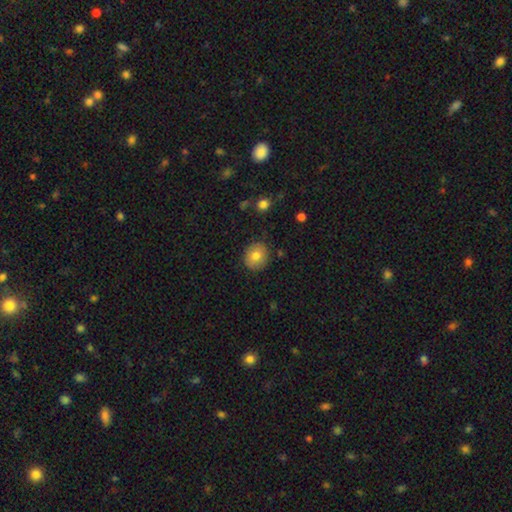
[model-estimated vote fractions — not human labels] A smooth galaxy with no disk features (78%) that is round (82%).

Vote fractions:
- Smooth or featured? smooth: 78% / featured or disk: 13% / star or artifact: 9%
- How rounded? round: 82% / in between: 17% / cigar-shaped: 1%
- Merging? none: 88% / minor disturbance: 9% / major disturbance: 2% / merger: 1%